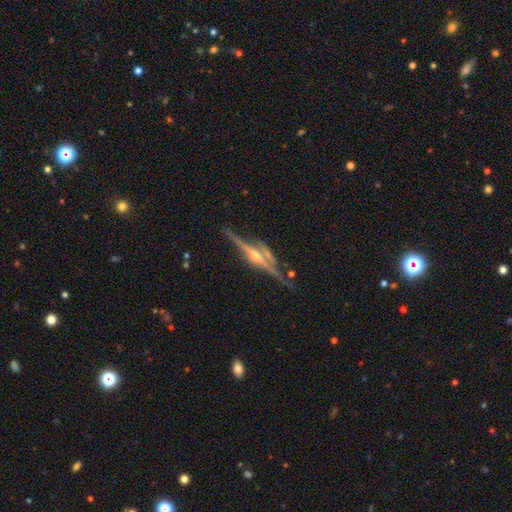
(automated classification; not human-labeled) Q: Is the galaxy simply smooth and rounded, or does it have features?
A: featured or disk — 86%.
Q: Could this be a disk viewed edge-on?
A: yes — 97%.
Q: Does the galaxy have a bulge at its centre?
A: rounded — 84%.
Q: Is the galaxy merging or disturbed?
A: none — 80%.